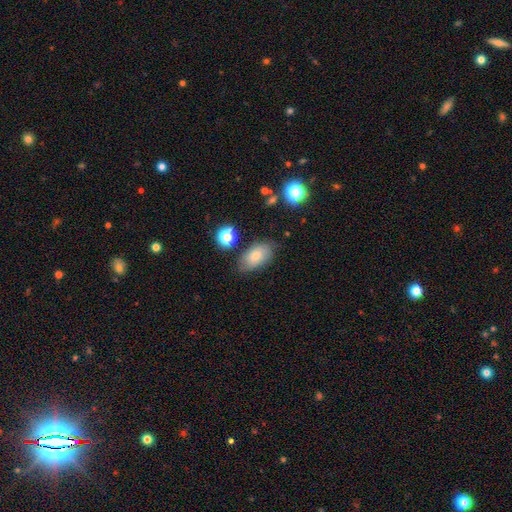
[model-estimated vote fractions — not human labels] A smooth galaxy with no disk features (73%) that is in between round and cigar-shaped (90%).

Vote fractions:
- Smooth or featured? smooth: 73% / featured or disk: 17% / star or artifact: 10%
- How rounded? in between: 90% / round: 8% / cigar-shaped: 2%
- Merging? none: 74% / minor disturbance: 18% / major disturbance: 5% / merger: 4%